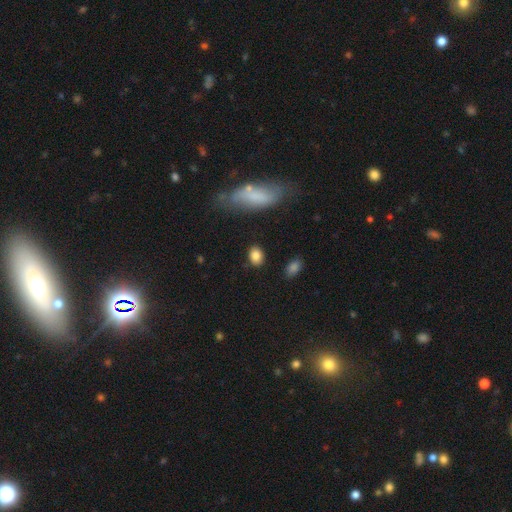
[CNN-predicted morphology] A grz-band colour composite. It shows a smooth galaxy with no disk features (85%) that is in between round and cigar-shaped (73%). Merging: none (84%).